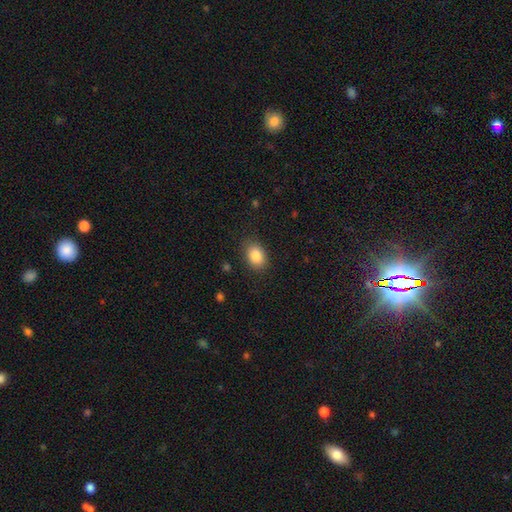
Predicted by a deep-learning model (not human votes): Overall: smooth (85%). How rounded: in between (78%). Merging: none (85%).